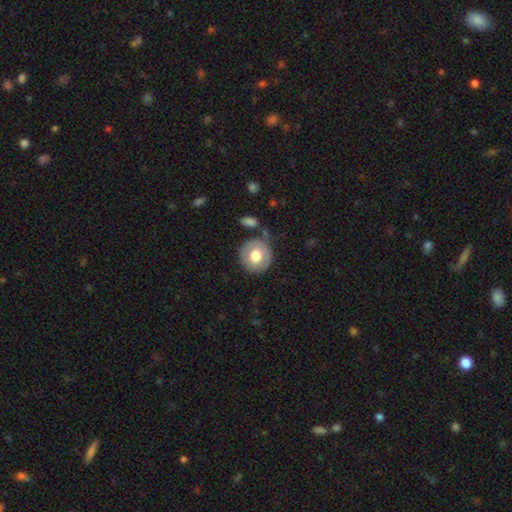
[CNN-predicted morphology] Smooth or featured? smooth (67%)
How rounded? round (90%)
Merging? none (71%)